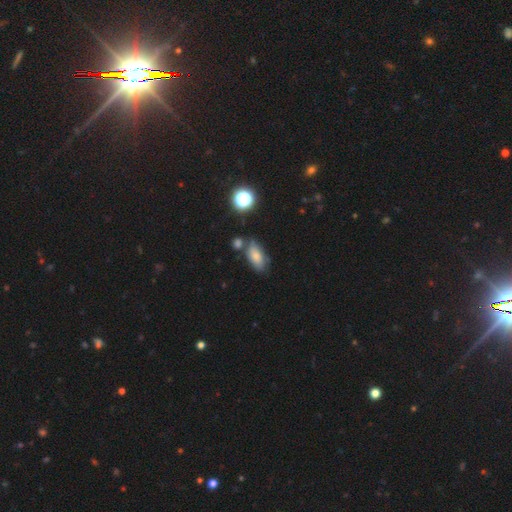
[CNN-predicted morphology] Overall: smooth (76%). How rounded: in between (86%). Merging: none (62%).